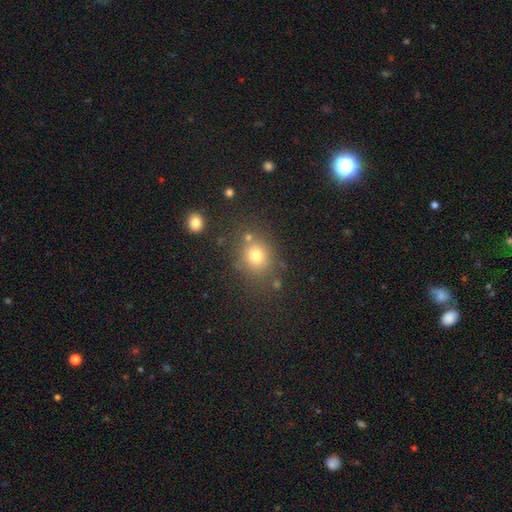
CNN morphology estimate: type=smooth (73%); roundness=round (76%); merging=none (74%).